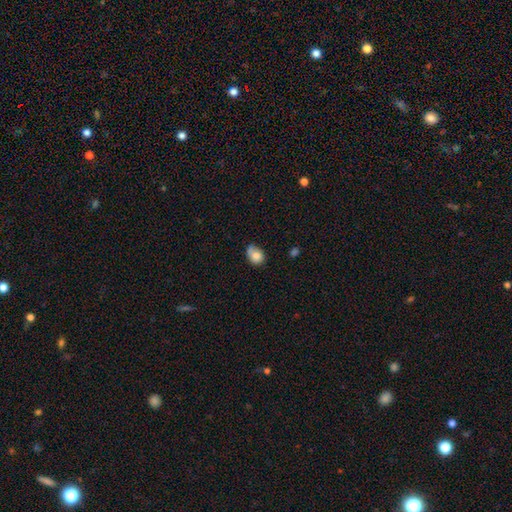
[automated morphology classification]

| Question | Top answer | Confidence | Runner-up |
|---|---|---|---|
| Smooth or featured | smooth | 75% | featured or disk (16%) |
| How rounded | in between | 51% | round (48%) |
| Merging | none | 45% | minor disturbance (32%) |